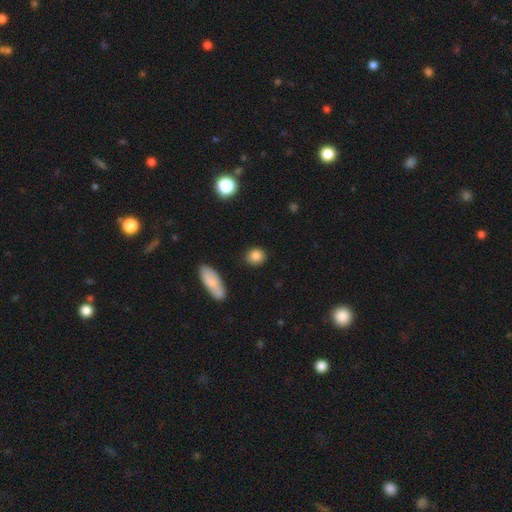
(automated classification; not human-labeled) This appears to be a smooth galaxy with no disk features (86%) that is round (71%). Merging: none (87%).